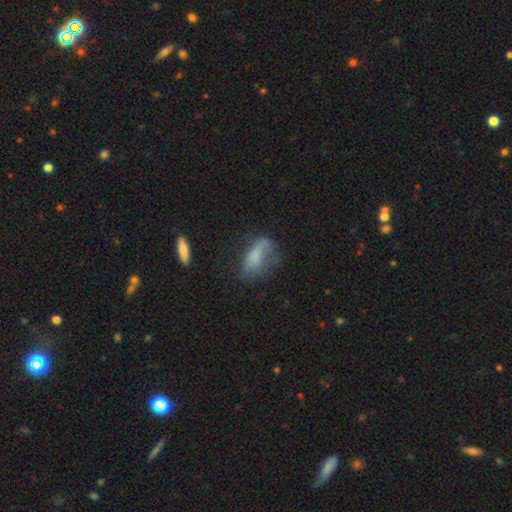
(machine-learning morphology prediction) Smooth or featured? smooth (70%)
How rounded? in between (77%)
Merging? none (41%)